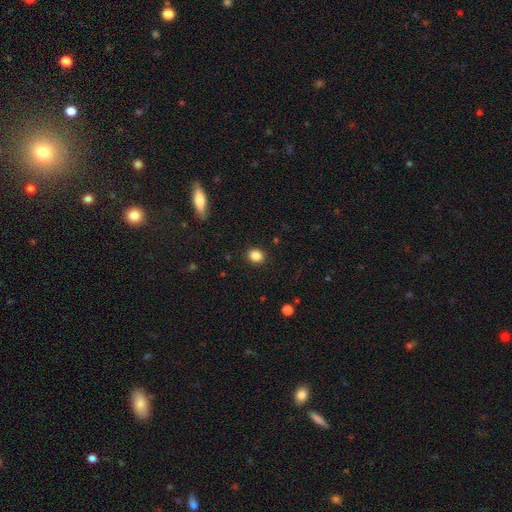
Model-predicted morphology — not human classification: Smooth or featured?
  - smooth: 86% *
  - star or artifact: 10%
  - featured or disk: 4%
How rounded?
  - round: 66% *
  - in between: 33%
  - cigar-shaped: 1%
Merging?
  - none: 90% *
  - minor disturbance: 7%
  - major disturbance: 2%
  - merger: 1%